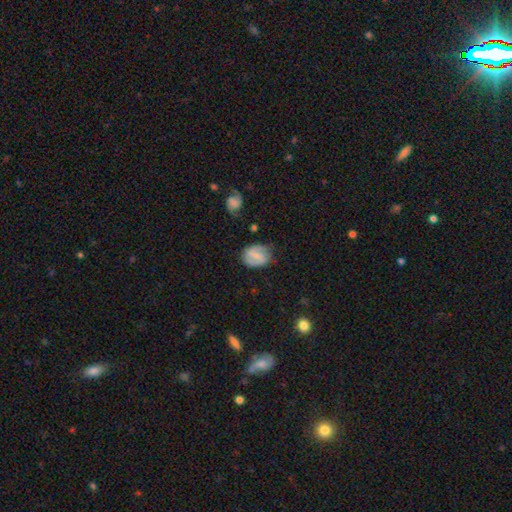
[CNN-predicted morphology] Smooth or featured? featured or disk (53%)
Edge-on disk? no (96%)
Bar? weak (47%)
Spiral arms? yes (80%)
Bulge size? small (54%)
Merging? none (72%)